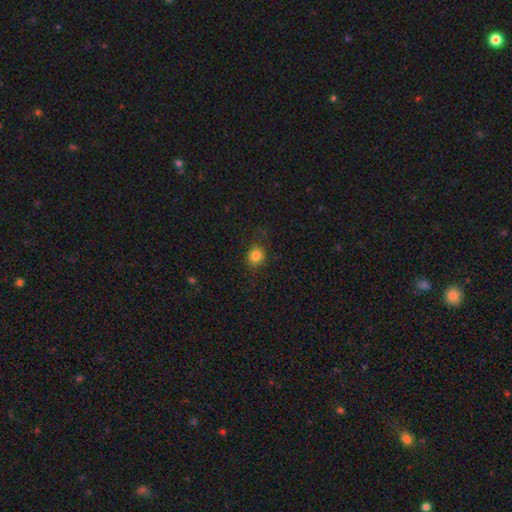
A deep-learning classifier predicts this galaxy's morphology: A smooth galaxy with no disk features (83%) that is round (74%).

Vote fractions:
- Smooth or featured? smooth: 83% / star or artifact: 12% / featured or disk: 5%
- How rounded? round: 74% / in between: 25% / cigar-shaped: 1%
- Merging? none: 80% / minor disturbance: 15% / major disturbance: 5% / merger: 1%